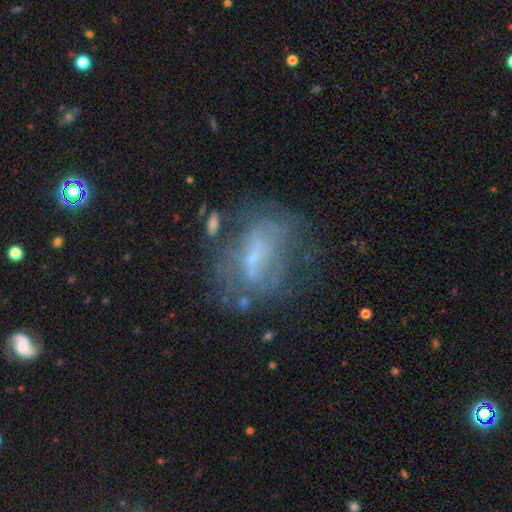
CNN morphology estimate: smooth_or_featured: featured or disk (p=0.60) [alt: smooth p=0.26]
disk_edge_on: no (p=0.94) [alt: yes p=0.06]
bar: no (p=0.45) [alt: weak p=0.38]
has_spiral_arms: no (p=0.64) [alt: yes p=0.36]
bulge_size: small (p=0.65) [alt: moderate p=0.16]
merging: none (p=0.49) [alt: major disturbance p=0.22]